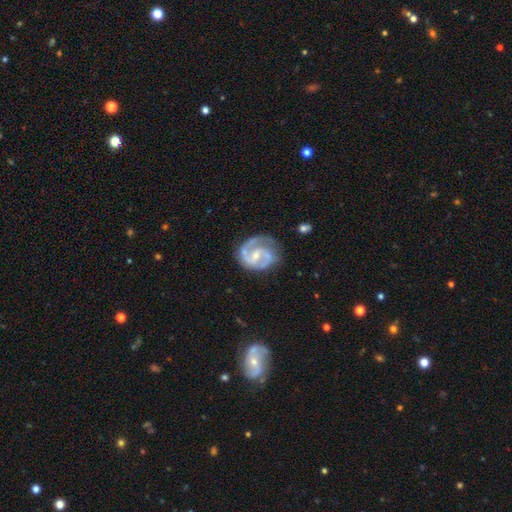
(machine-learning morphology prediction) Smooth or featured? Predicted: featured or disk (p=0.91). Edge-on disk? Predicted: no (p=0.98). Bar? Predicted: weak (p=0.50). Spiral arms? Predicted: yes (p=0.98). Spiral winding? Predicted: medium (p=0.55). Spiral arm count? Predicted: 2 (p=0.88). Bulge size? Predicted: small (p=0.57). Merging? Predicted: none (p=0.70).